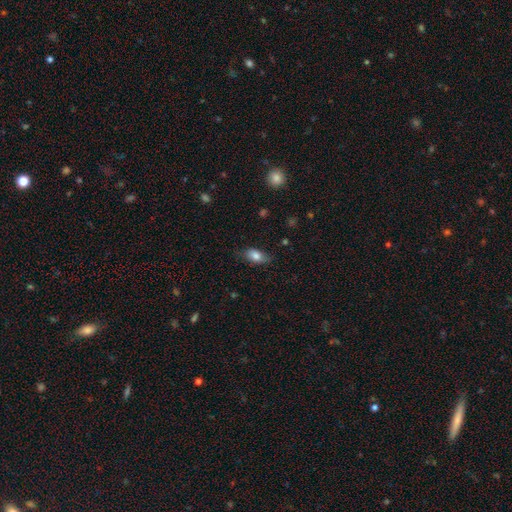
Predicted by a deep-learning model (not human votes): This is clearly a smooth galaxy (80%). How rounded: clearly in between (89%). Merging: likely none (74%).